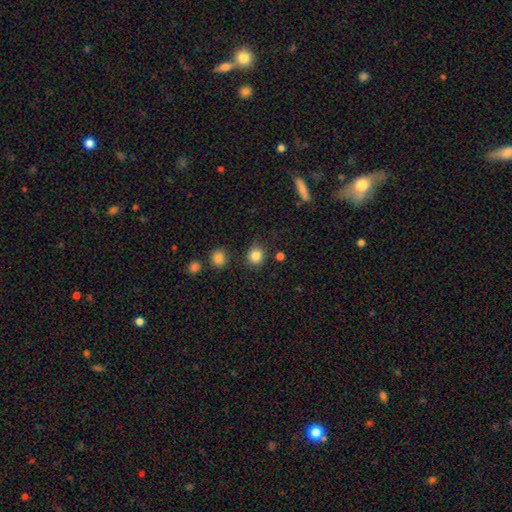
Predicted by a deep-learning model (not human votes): This is clearly a smooth galaxy (85%). How rounded: clearly round (86%). Merging: clearly none (84%).